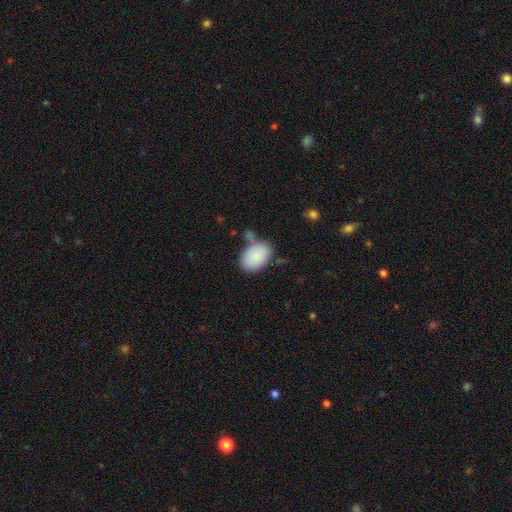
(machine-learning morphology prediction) A smooth galaxy with no disk features (89%) that is in between round and cigar-shaped (89%).

Vote fractions:
- Smooth or featured? smooth: 89% / star or artifact: 6% / featured or disk: 5%
- How rounded? in between: 89% / round: 10% / cigar-shaped: 1%
- Merging? none: 68% / minor disturbance: 18% / merger: 8% / major disturbance: 5%